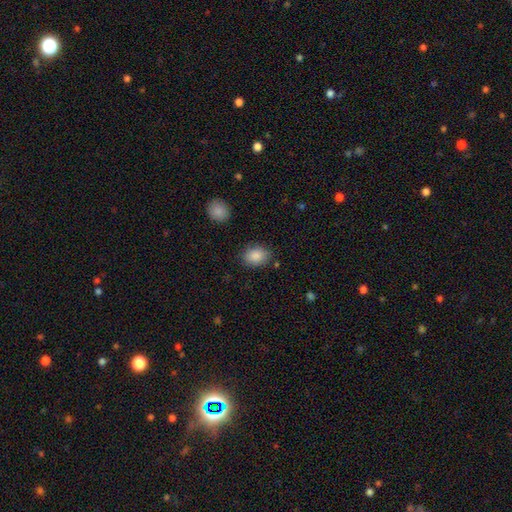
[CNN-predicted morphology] Smooth or featured?
  - smooth: 87% *
  - star or artifact: 8%
  - featured or disk: 4%
How rounded?
  - in between: 63% *
  - round: 36%
  - cigar-shaped: 1%
Merging?
  - none: 81% *
  - minor disturbance: 13%
  - major disturbance: 4%
  - merger: 3%